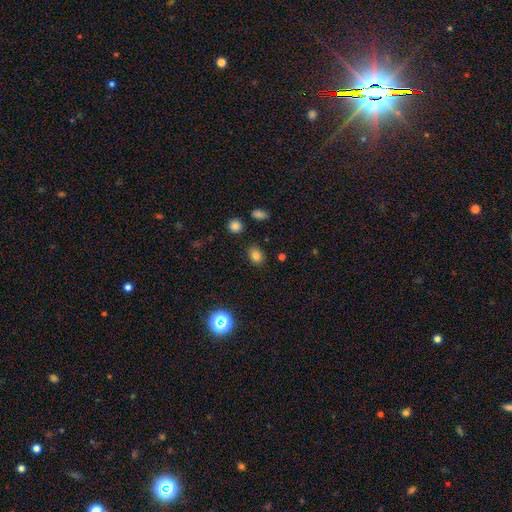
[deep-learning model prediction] smooth-or-featured: smooth: 79% | star or artifact: 14% | featured or disk: 6%
  how-rounded: in between: 58% | round: 41% | cigar-shaped: 1%
  merging: none: 84% | minor disturbance: 10% | major disturbance: 3% | merger: 3%